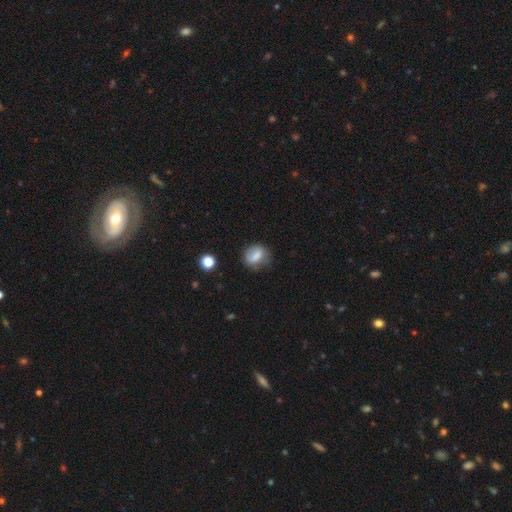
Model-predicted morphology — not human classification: Smooth or featured: smooth — 71% (featured or disk — 19%)
How rounded: round — 54% (in between — 44%)
Merging: none — 62% (minor disturbance — 26%)